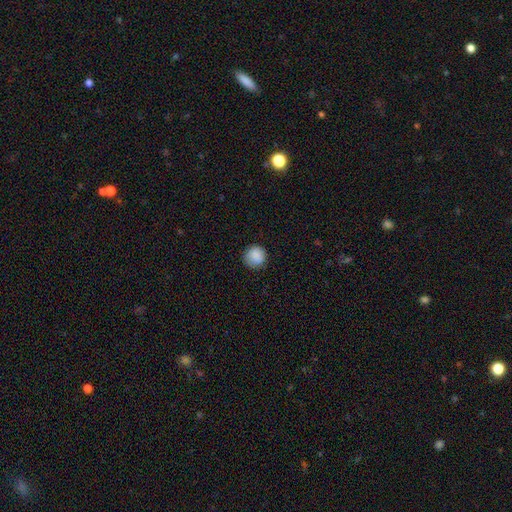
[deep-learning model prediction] Smooth or featured? smooth (88%)
How rounded? round (93%)
Merging? none (86%)